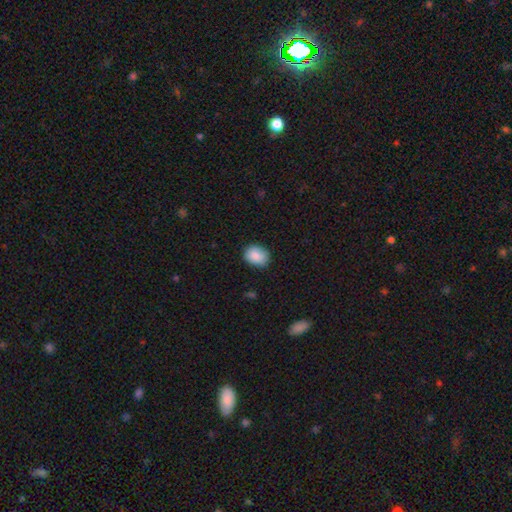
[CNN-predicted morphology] This appears to be a smooth galaxy with no disk features (88%) that is in between round and cigar-shaped (57%). Merging: none (80%).